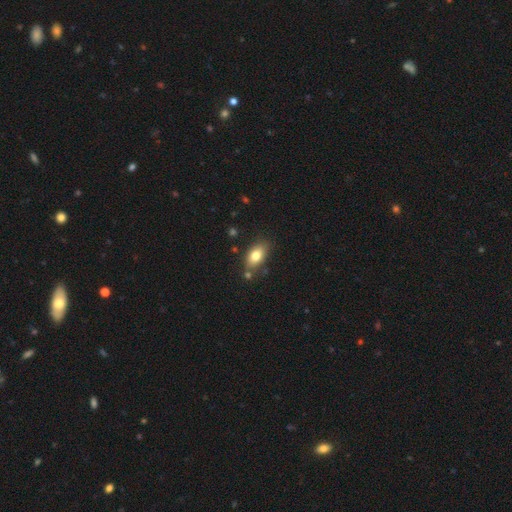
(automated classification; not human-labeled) smooth_or_featured: smooth (p=0.78) [alt: featured or disk p=0.13]
how_rounded: in between (p=0.88) [alt: round p=0.08]
merging: none (p=0.75) [alt: minor disturbance p=0.15]